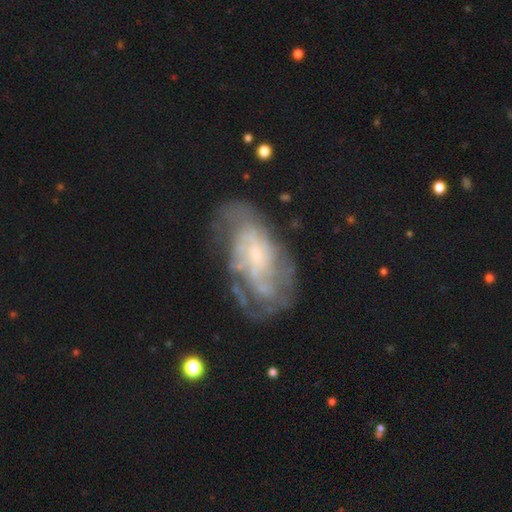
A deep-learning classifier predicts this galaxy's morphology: Smooth or featured? featured or disk (75%)
Edge-on disk? no (95%)
Bar? no (62%)
Spiral arms? yes (73%)
Spiral winding? tight (46%)
Spiral arm count? can't tell (56%)
Bulge size? small (52%)
Merging? none (55%)